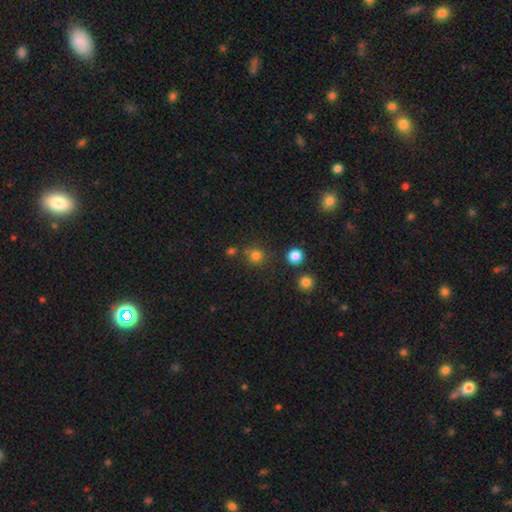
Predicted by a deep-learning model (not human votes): A smooth galaxy with no disk features (78%) that is round (90%).

Vote fractions:
- Smooth or featured? smooth: 78% / star or artifact: 17% / featured or disk: 5%
- How rounded? round: 90% / in between: 9% / cigar-shaped: 1%
- Merging? none: 78% / minor disturbance: 10% / merger: 7% / major disturbance: 4%